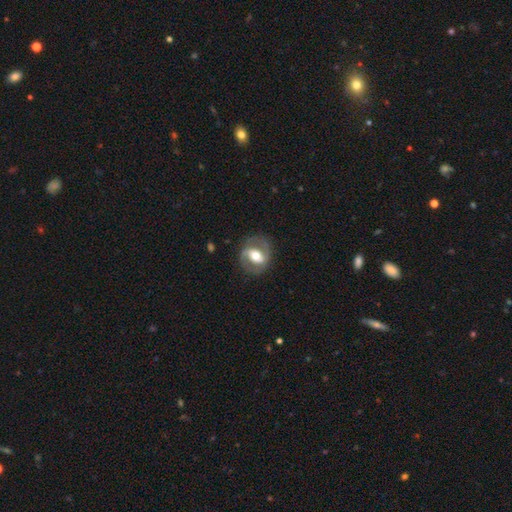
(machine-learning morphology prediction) Overall: featured or disk (71%). Edge-on disk: no (95%). Bar: strong (42%; weak 36%). Spiral arms: yes (77%). Spiral arm count: 2 (85%). Spiral winding: medium (48%; tight 30%). Bulge size: moderate (66%). Merging: none (78%).